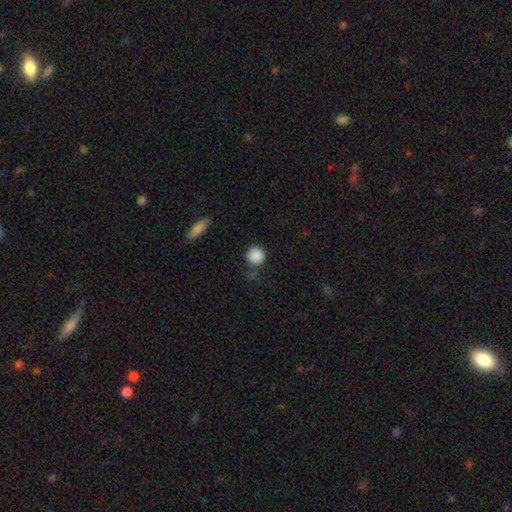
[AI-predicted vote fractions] This appears to be a smooth galaxy with no disk features (88%) that is round (93%). Merging: none (78%).